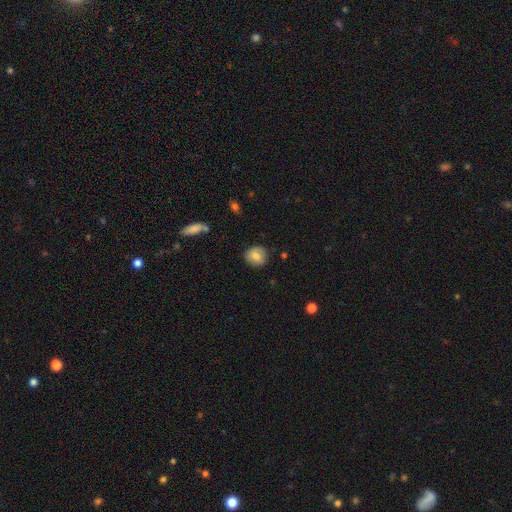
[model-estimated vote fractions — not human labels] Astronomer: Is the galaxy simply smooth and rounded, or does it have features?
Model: smooth — 75%.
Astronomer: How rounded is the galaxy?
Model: round — 81%.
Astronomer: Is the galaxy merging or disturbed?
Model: none — 82%.